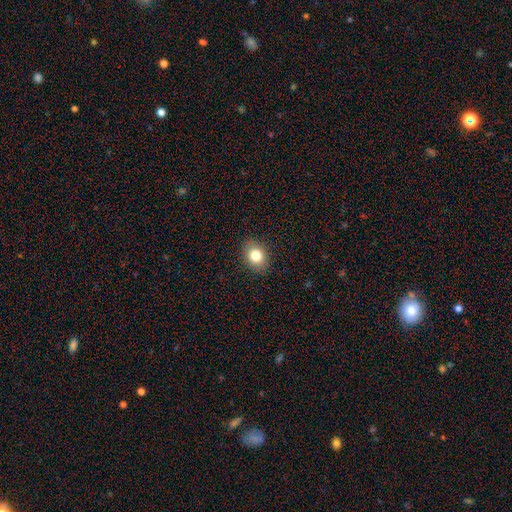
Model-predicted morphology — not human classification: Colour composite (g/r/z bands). It shows a smooth galaxy with no disk features (81%) that is in between round and cigar-shaped (58%). Merging: none (88%).